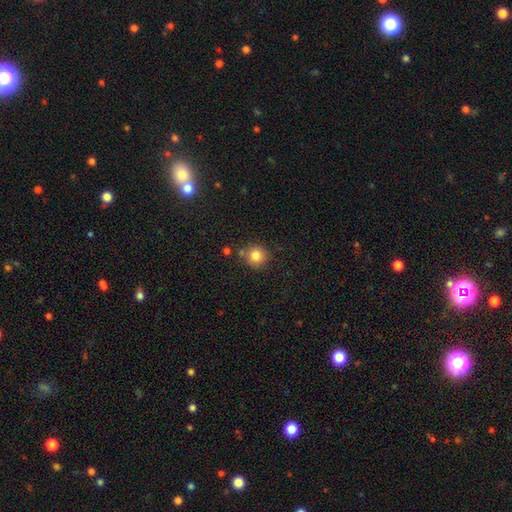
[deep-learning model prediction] This appears to be a smooth galaxy with no disk features (82%) that is round (92%). Merging: none (79%).